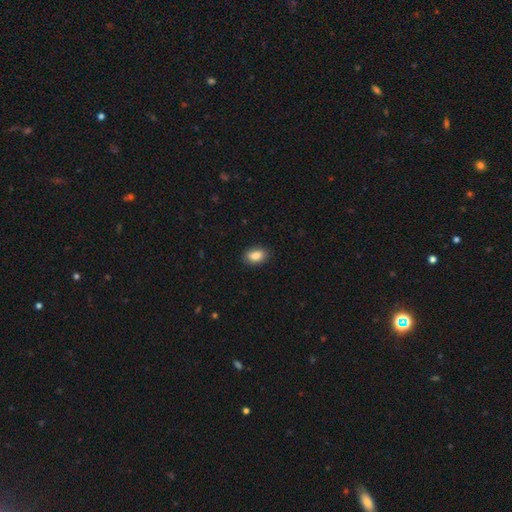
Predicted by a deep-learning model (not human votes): This is clearly a smooth galaxy (88%). How rounded: clearly in between (88%). Merging: clearly none (87%).